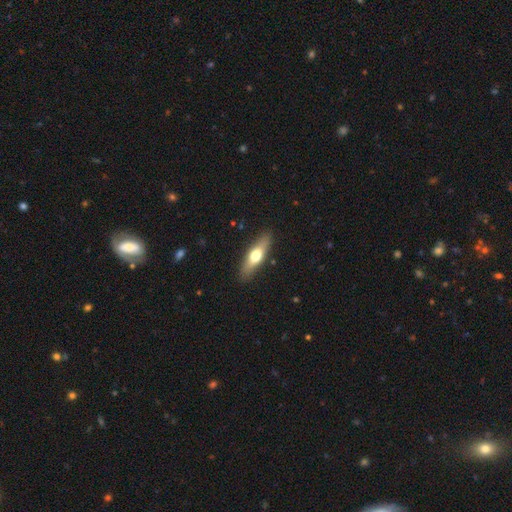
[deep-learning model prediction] smooth_or_featured: smooth (p=0.57) [alt: featured or disk p=0.38]
how_rounded: cigar-shaped (p=0.58) [alt: in between p=0.40]
merging: none (p=0.88) [alt: minor disturbance p=0.09]